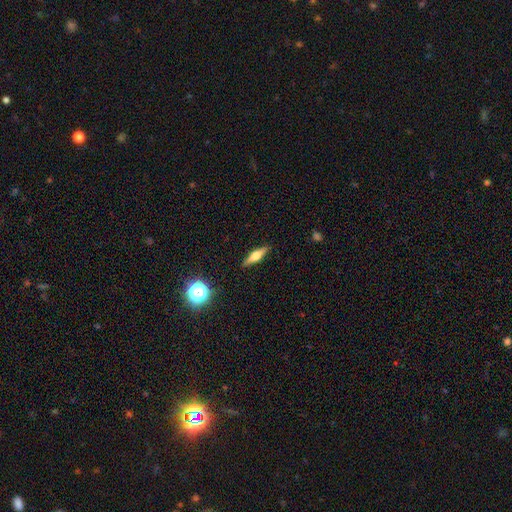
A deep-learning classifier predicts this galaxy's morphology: featured or disk 56%, smooth 36%, star or artifact 8%. Down the decision tree: edge-on disk — yes (95%); edge-on bulge — rounded (92%); merging — none (89%).